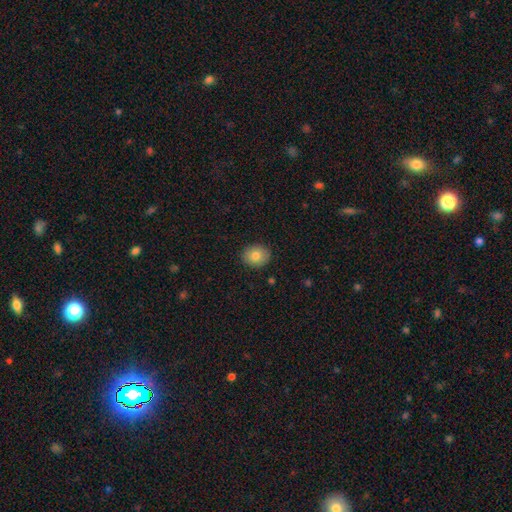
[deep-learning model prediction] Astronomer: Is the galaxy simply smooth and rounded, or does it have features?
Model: smooth — 80%.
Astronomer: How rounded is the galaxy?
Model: round — 63%.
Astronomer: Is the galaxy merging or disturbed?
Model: none — 89%.